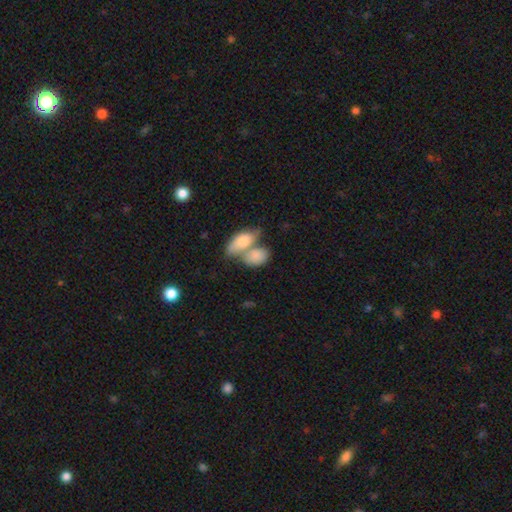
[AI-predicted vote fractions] A smooth galaxy with no disk features (80%) that is in between round and cigar-shaped (85%). Merging: merger (64%).